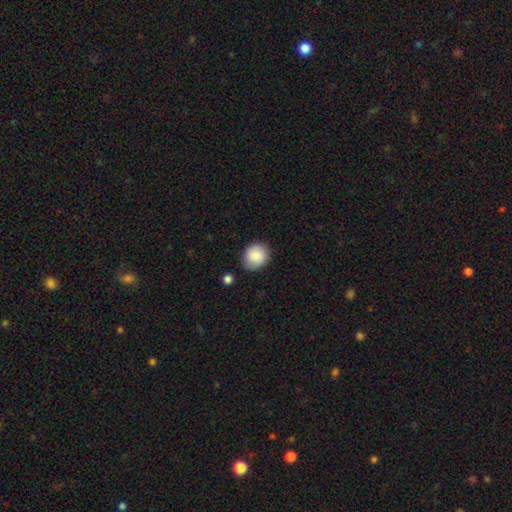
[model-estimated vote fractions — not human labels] smooth 84%, featured or disk 9%, star or artifact 7%. Down the decision tree: how rounded — round (70%); merging — none (80%).